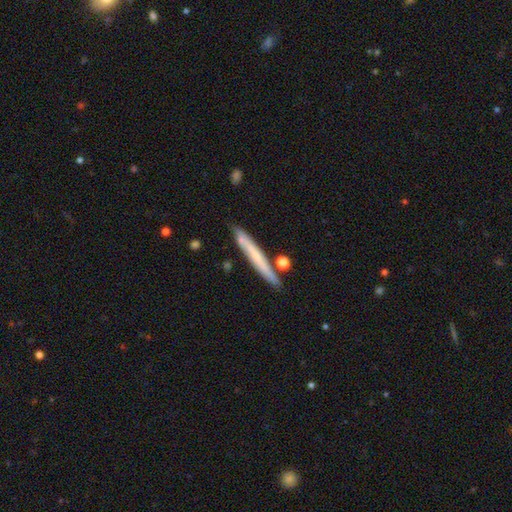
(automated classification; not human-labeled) Morphology: type=smooth (52%); roundness=cigar-shaped (96%); merging=none (81%).